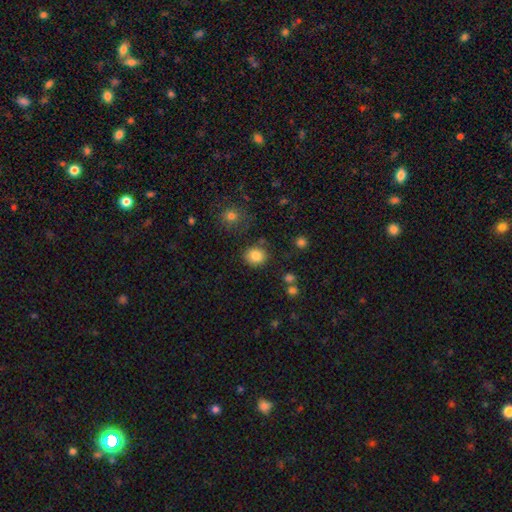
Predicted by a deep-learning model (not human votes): The model was most divided on "how rounded": round: 78%, in between: 21%, cigar-shaped: 1%. More confident: smooth or featured — smooth (84%); merging — none (82%).